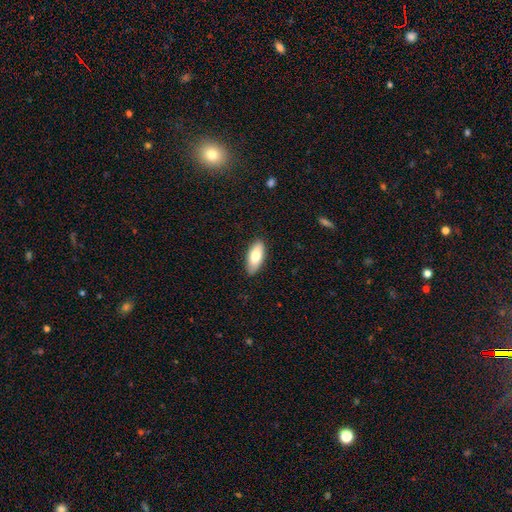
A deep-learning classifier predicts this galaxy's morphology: smooth 79%, featured or disk 15%, star or artifact 6%. Down the decision tree: how rounded — in between (84%); merging — none (86%).